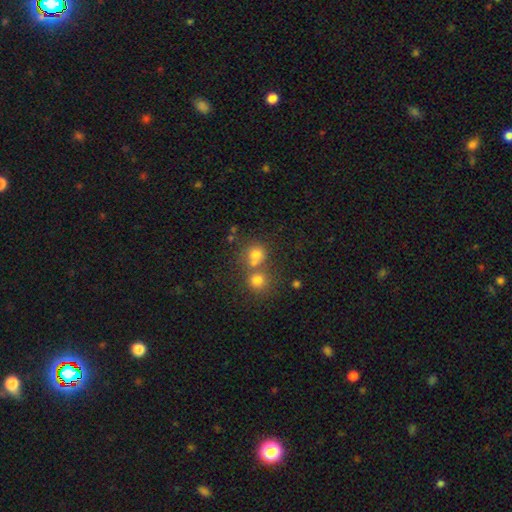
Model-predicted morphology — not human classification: smooth 72%, star or artifact 17%, featured or disk 11%. Down the decision tree: how rounded — round (83%); merging — merger (45%, tied with none).